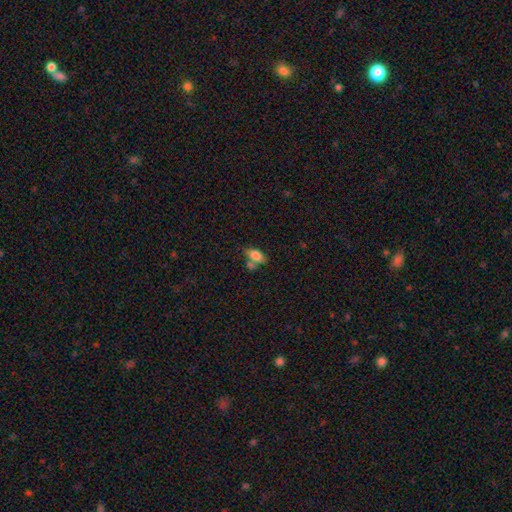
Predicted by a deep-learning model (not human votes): Smooth or featured? Predicted: smooth (p=0.79). How rounded? Predicted: in between (p=0.88). Merging? Predicted: none (p=0.51).